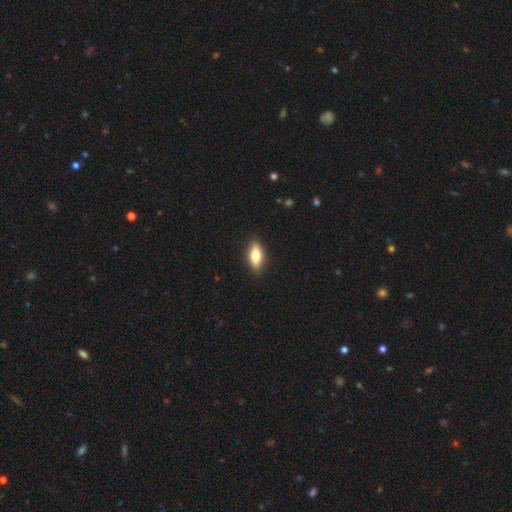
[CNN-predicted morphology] smooth 70%, featured or disk 23%, star or artifact 7%. Down the decision tree: how rounded — in between (78%); merging — none (89%).